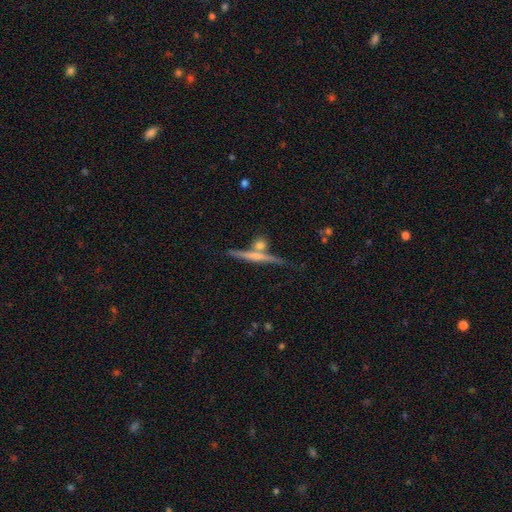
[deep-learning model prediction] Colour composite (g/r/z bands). It shows a featured or disk galaxy (60%) viewed edge-on (95%) with a rounded central bulge (45%). Merging: none (69%).